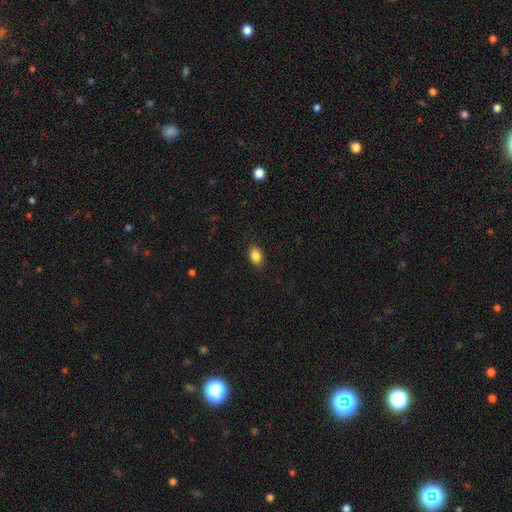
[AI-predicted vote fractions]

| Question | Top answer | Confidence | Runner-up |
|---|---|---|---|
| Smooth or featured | smooth | 87% | star or artifact (9%) |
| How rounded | in between | 86% | round (12%) |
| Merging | none | 88% | minor disturbance (9%) |